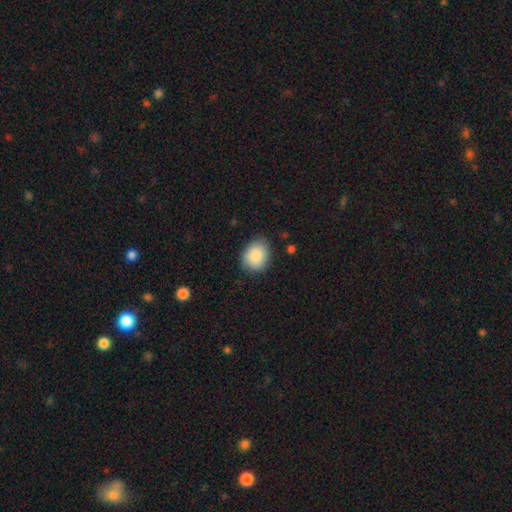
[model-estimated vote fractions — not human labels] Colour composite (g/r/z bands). It shows a smooth galaxy with no disk features (87%) that is round (50%). Merging: none (79%).